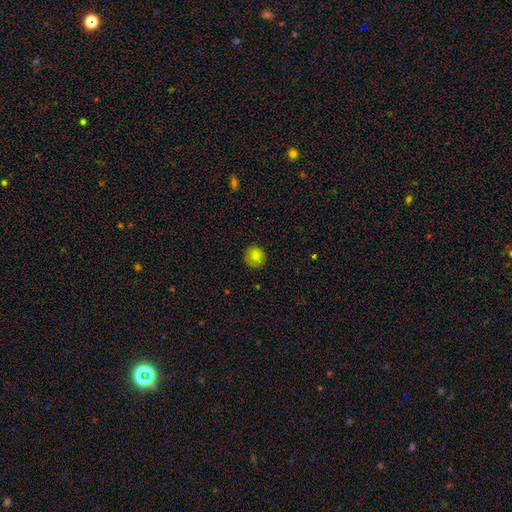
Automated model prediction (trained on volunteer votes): Q: Smooth or featured?
A: smooth (81%); runner-up: star or artifact (10%)
Q: How rounded?
A: round (86%); runner-up: in between (13%)
Q: Merging?
A: none (83%); runner-up: minor disturbance (13%)